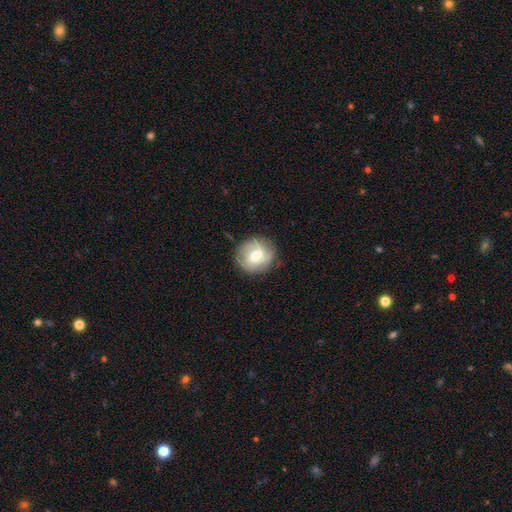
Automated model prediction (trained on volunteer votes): Q: Smooth or featured?
A: featured or disk (54%); runner-up: smooth (39%)
Q: Edge-on disk?
A: no (97%); runner-up: yes (3%)
Q: Bar?
A: weak (51%); runner-up: no (30%)
Q: Spiral arms?
A: yes (76%); runner-up: no (24%)
Q: Bulge size?
A: moderate (68%); runner-up: small (22%)
Q: Merging?
A: none (82%); runner-up: minor disturbance (13%)